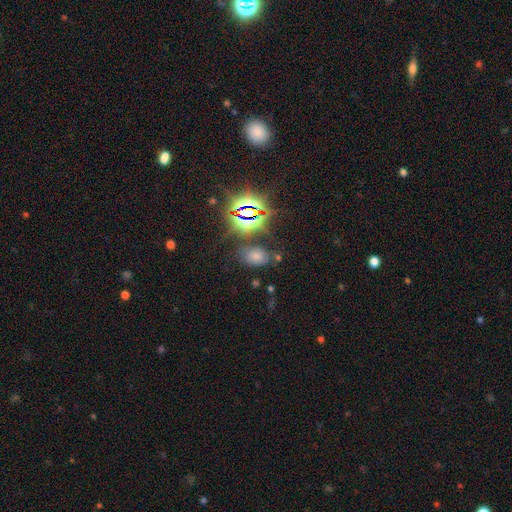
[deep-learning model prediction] A smooth galaxy with no disk features (52%) that is in between round and cigar-shaped (82%). Merging: none (72%).